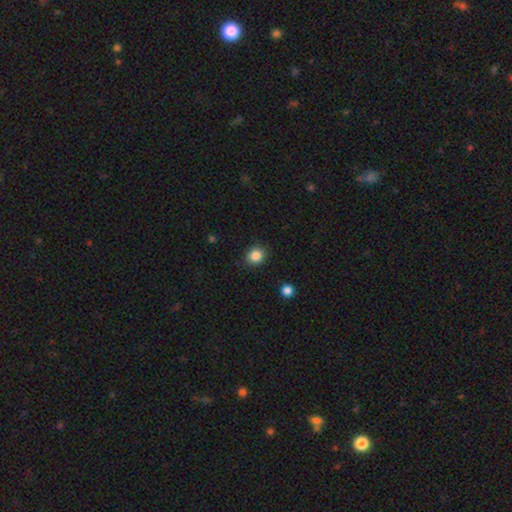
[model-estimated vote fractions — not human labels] A smooth galaxy with no disk features (85%) that is round (82%).

Vote fractions:
- Smooth or featured? smooth: 85% / star or artifact: 10% / featured or disk: 4%
- How rounded? round: 82% / in between: 17% / cigar-shaped: 1%
- Merging? none: 88% / minor disturbance: 8% / major disturbance: 2% / merger: 1%